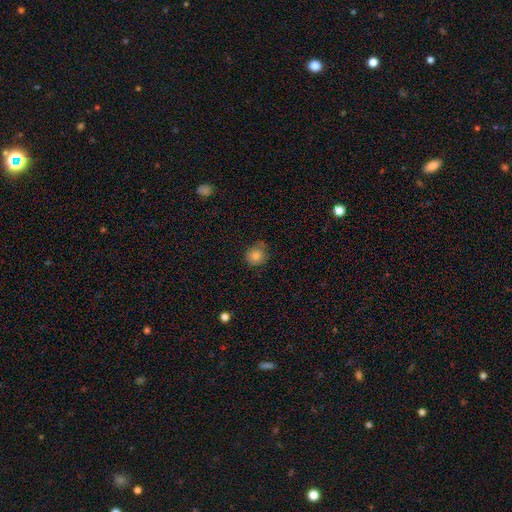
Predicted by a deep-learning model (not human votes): The model was most divided on "merging": none: 68%, minor disturbance: 24%, major disturbance: 5%, merger: 2%. More confident: how rounded — round (85%); smooth or featured — smooth (83%).